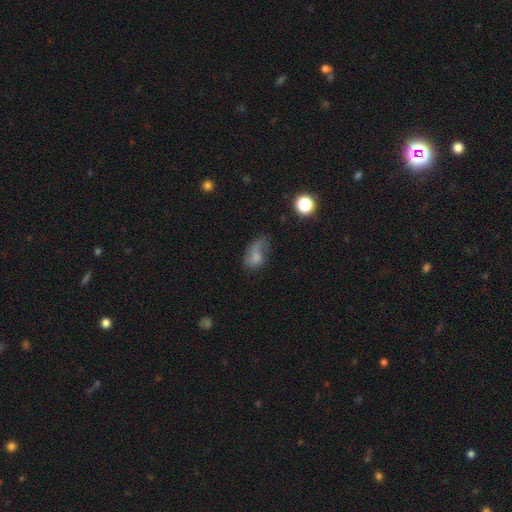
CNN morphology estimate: Smooth or featured? Predicted: smooth (p=0.56). How rounded? Predicted: in between (p=0.80). Merging? Predicted: major disturbance (p=0.41).